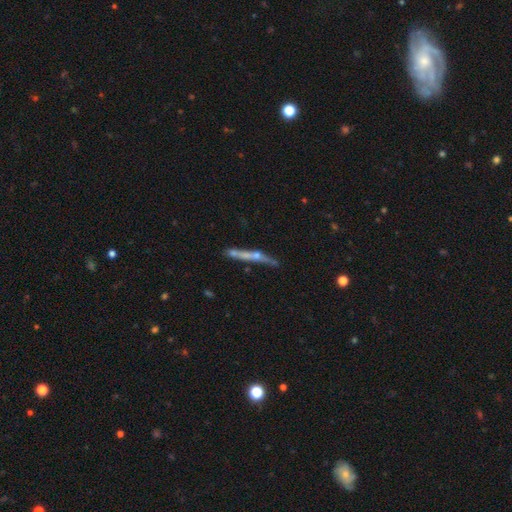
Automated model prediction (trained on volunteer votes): The model was most divided on "edge-on bulge": rounded: 55%, none: 36%, boxy: 8%. More confident: edge-on disk — yes (90%); merging — none (64%); smooth or featured — featured or disk (61%).